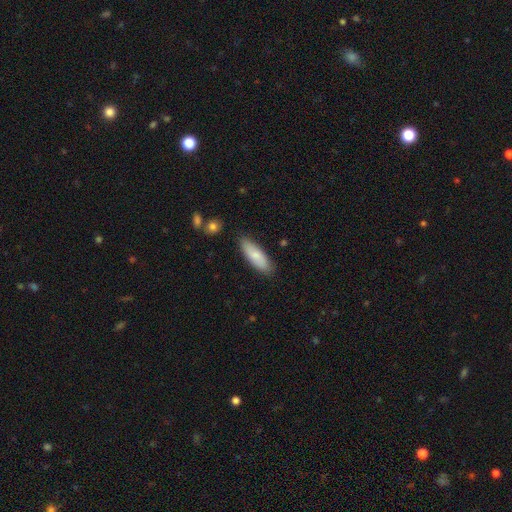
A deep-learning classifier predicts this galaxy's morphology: smooth_or_featured: smooth (p=0.78) [alt: featured or disk p=0.16]
how_rounded: in between (p=0.59) [alt: cigar-shaped p=0.39]
merging: none (p=0.83) [alt: minor disturbance p=0.13]